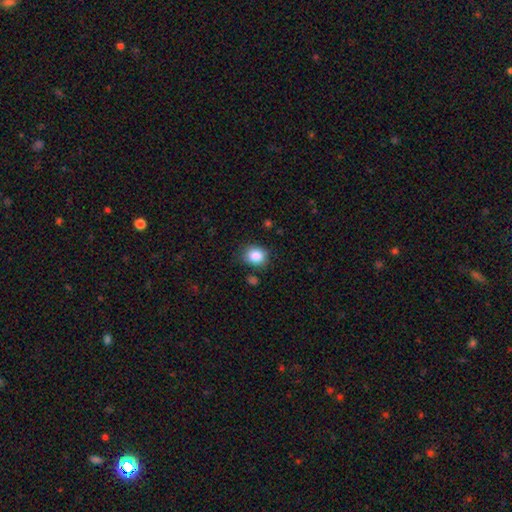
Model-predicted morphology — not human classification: smooth_or_featured: smooth (p=0.86) [alt: star or artifact p=0.09]
how_rounded: round (p=0.69) [alt: in between p=0.31]
merging: none (p=0.81) [alt: minor disturbance p=0.13]